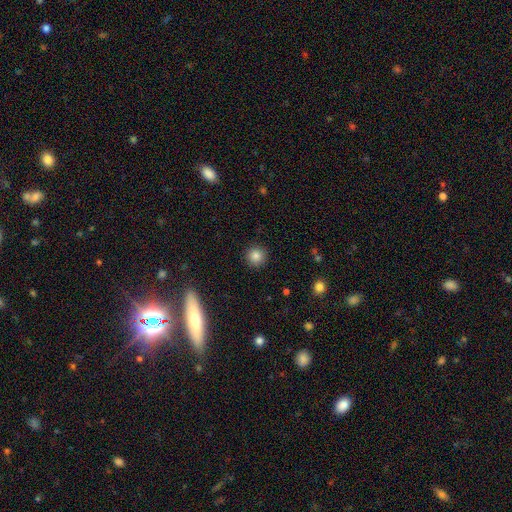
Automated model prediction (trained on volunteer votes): smooth 84%, star or artifact 11%, featured or disk 5%. Down the decision tree: how rounded — round (95%); merging — none (91%).